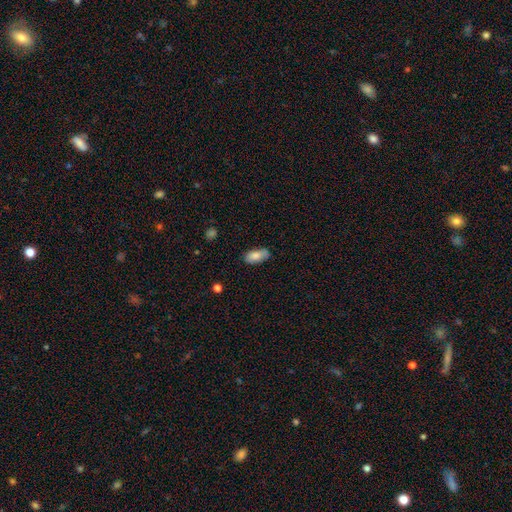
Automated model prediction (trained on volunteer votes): smooth 81%, featured or disk 12%, star or artifact 7%. Down the decision tree: how rounded — in between (87%); merging — none (77%).